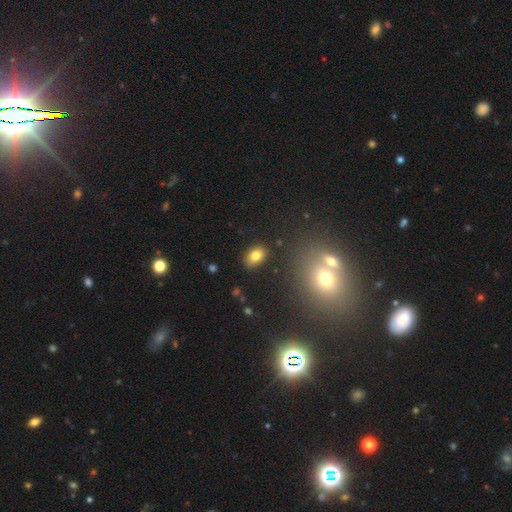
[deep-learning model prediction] Q: Smooth or featured?
A: smooth (81%); runner-up: star or artifact (10%)
Q: How rounded?
A: in between (87%); runner-up: round (11%)
Q: Merging?
A: none (84%); runner-up: minor disturbance (11%)